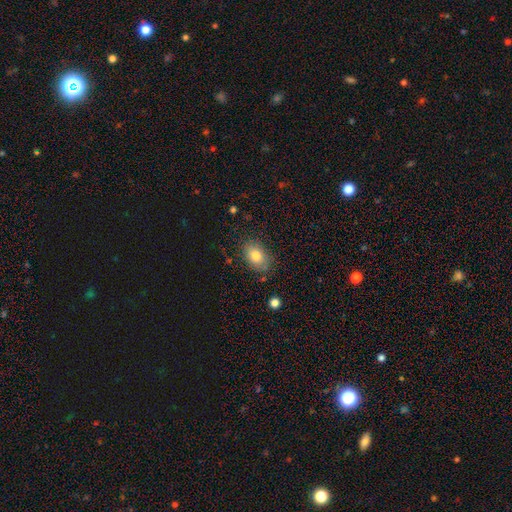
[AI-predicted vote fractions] Smooth or featured? smooth (80%)
How rounded? in between (82%)
Merging? none (81%)